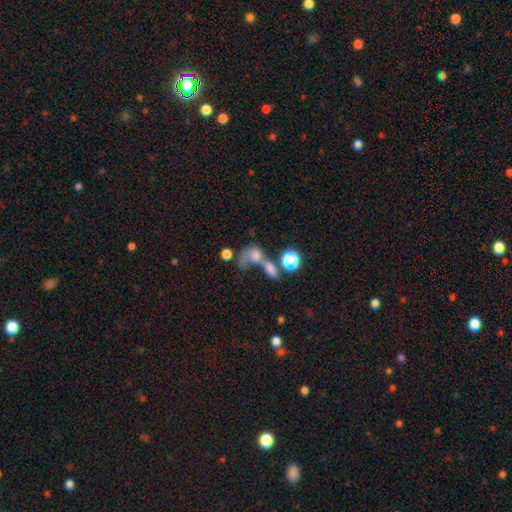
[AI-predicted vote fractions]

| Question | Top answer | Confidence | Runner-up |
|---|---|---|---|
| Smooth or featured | smooth | 60% | featured or disk (25%) |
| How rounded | in between | 64% | round (33%) |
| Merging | merger | 54% | major disturbance (23%) |